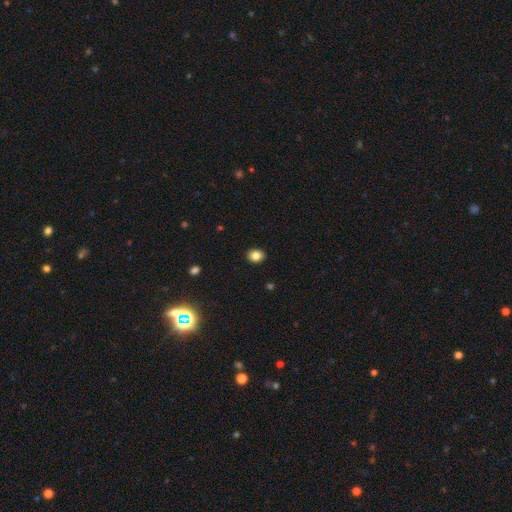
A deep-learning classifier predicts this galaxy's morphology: smooth_or_featured: smooth (p=0.84) [alt: star or artifact p=0.11]
how_rounded: round (p=0.62) [alt: in between p=0.37]
merging: none (p=0.91) [alt: minor disturbance p=0.06]